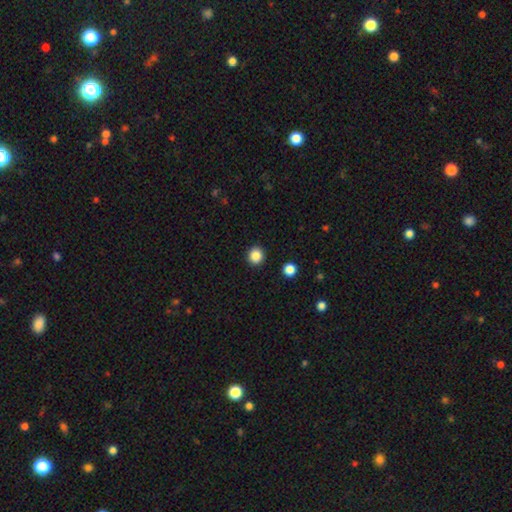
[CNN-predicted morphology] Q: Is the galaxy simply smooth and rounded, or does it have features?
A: smooth — 86%.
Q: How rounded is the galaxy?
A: round — 89%.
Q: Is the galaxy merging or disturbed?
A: none — 93%.